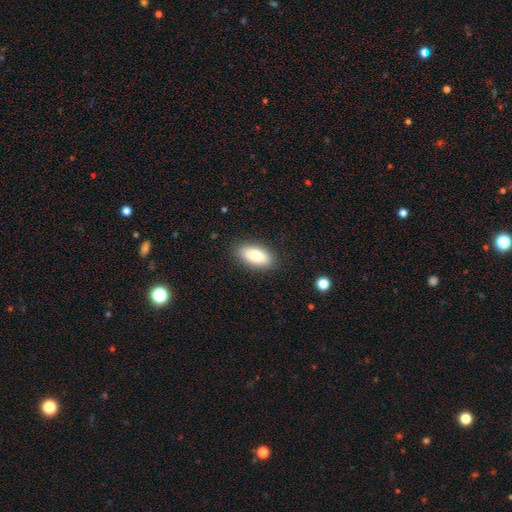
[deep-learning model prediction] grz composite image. It shows a smooth galaxy with no disk features (84%) that is in between round and cigar-shaped (87%). Merging: none (87%).